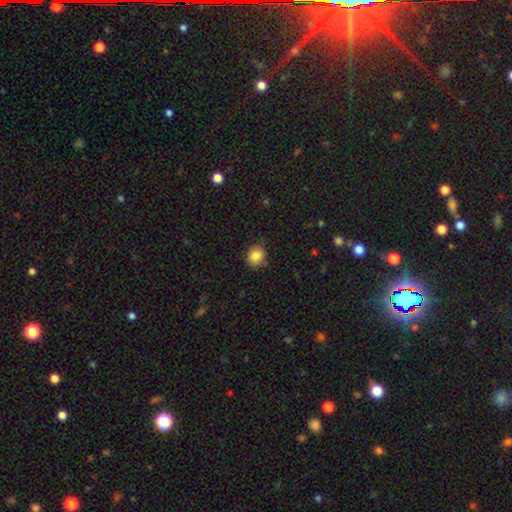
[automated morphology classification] Q: Smooth or featured?
A: smooth (86%); runner-up: star or artifact (9%)
Q: How rounded?
A: round (73%); runner-up: in between (26%)
Q: Merging?
A: none (81%); runner-up: minor disturbance (14%)